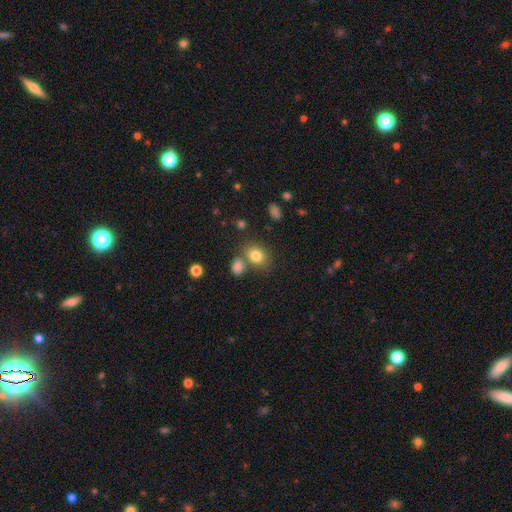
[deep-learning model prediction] Overall: smooth (80%). How rounded: in between (60%; round 39%). Merging: none (59%; merger 23%).